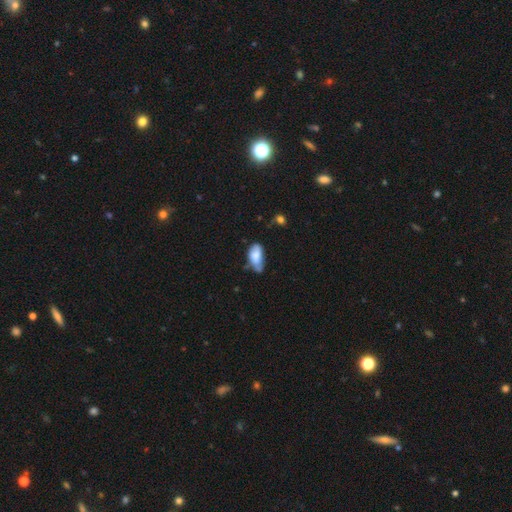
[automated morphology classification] smooth 71%, featured or disk 21%, star or artifact 8%. Down the decision tree: how rounded — in between (91%); merging — minor disturbance (42%).